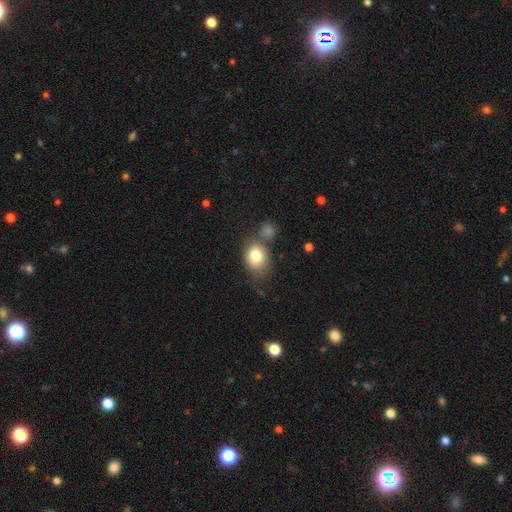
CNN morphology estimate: A smooth galaxy with no disk features (80%) that is in between round and cigar-shaped (52%). Merging: none (53%).